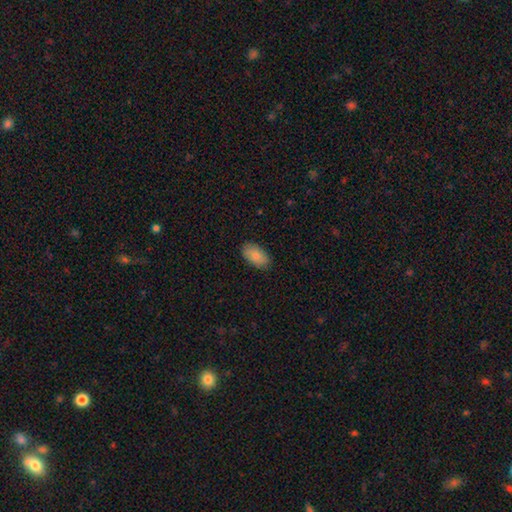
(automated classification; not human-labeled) Morphology: type=smooth (86%); roundness=in between (94%); merging=none (87%).